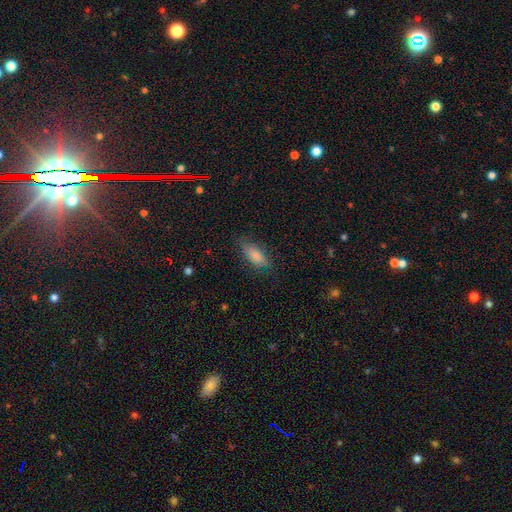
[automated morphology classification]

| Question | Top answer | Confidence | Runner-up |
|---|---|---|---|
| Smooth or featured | smooth | 80% | featured or disk (12%) |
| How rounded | in between | 78% | cigar-shaped (20%) |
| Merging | none | 76% | minor disturbance (18%) |